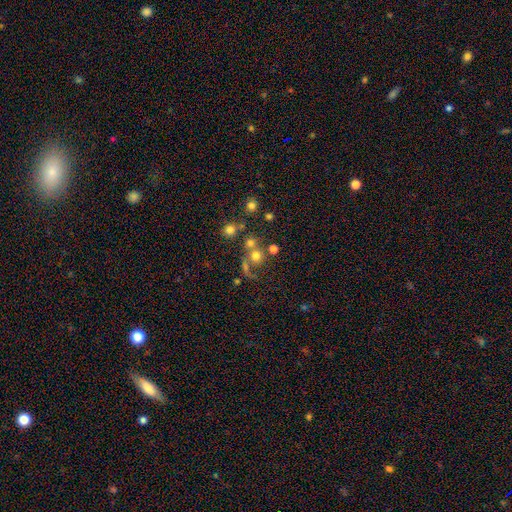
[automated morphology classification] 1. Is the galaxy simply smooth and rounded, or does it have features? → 62% smooth, 20% featured or disk, 18% star or artifact.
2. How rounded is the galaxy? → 87% round, 11% in between, 1% cigar-shaped.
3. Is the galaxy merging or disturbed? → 46% none, 35% merger, 10% major disturbance, 9% minor disturbance.